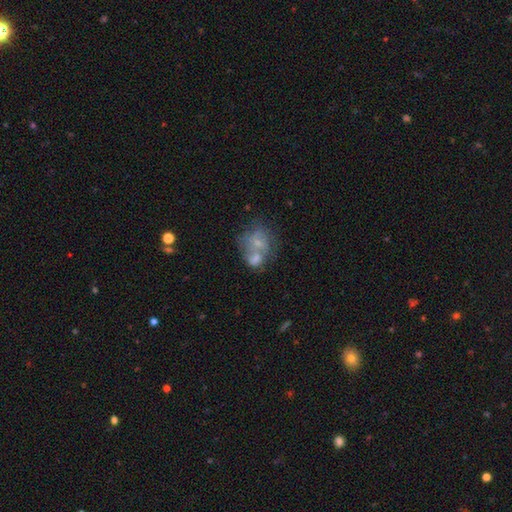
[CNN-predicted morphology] type=smooth (50%); merging=merger (62%).